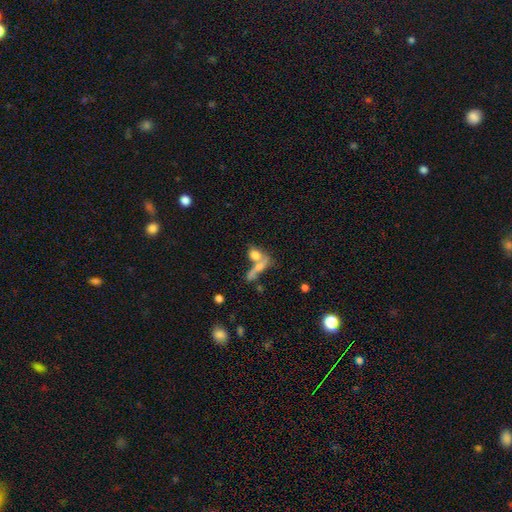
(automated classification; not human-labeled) Smooth or featured? Predicted: smooth (p=0.67). How rounded? Predicted: in between (p=0.53). Merging? Predicted: merger (p=0.50).